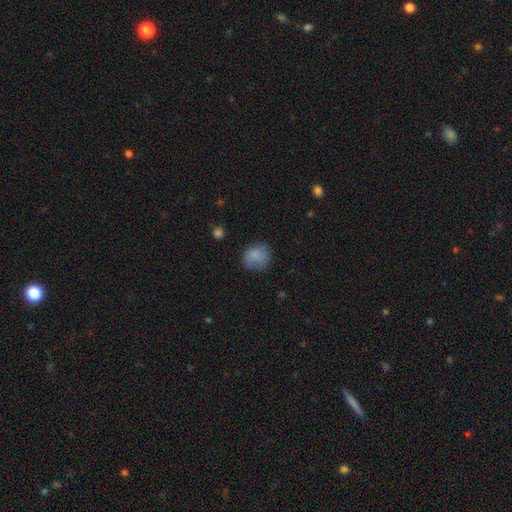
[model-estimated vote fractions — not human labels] A smooth galaxy with no disk features (81%) that is round (76%). Merging: none (68%).